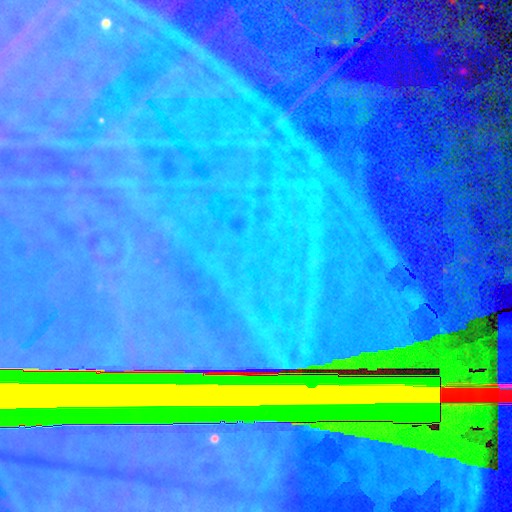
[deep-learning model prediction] Morphology: type=star or artifact (88%).